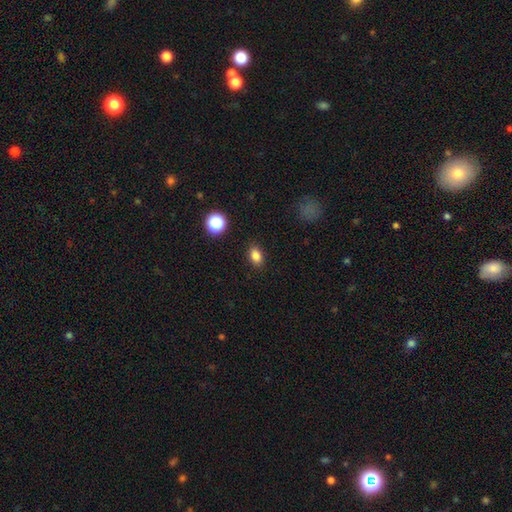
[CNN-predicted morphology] type=smooth (84%); roundness=in between (80%); merging=none (88%).